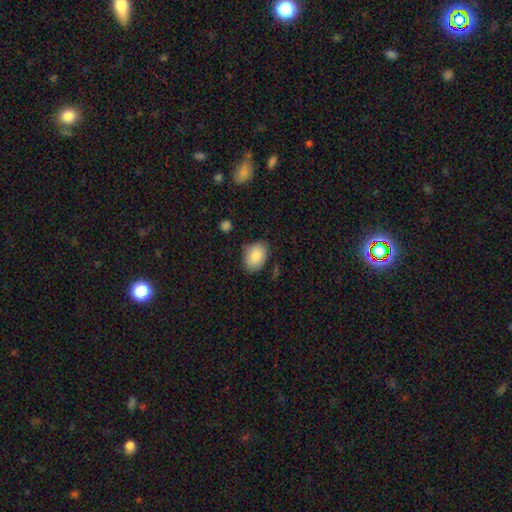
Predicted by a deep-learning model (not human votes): Smooth or featured? smooth (87%)
How rounded? in between (77%)
Merging? none (75%)